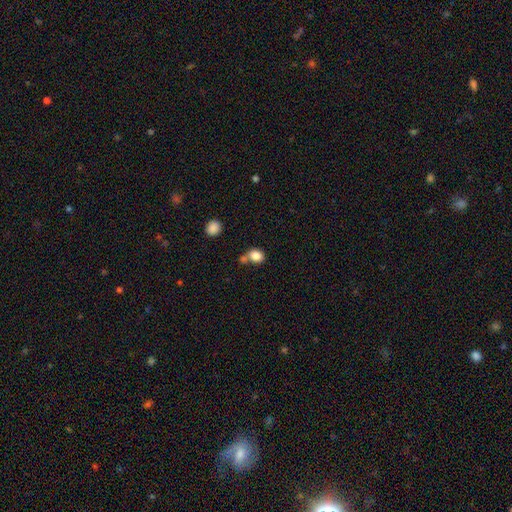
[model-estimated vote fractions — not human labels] Overall: smooth (84%). How rounded: round (55%; in between 44%). Merging: none (48%; merger 32%).